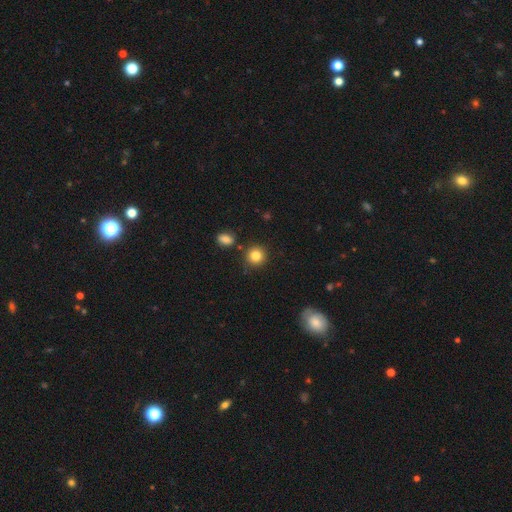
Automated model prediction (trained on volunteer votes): Smooth or featured?
  - smooth: 83% *
  - star or artifact: 10%
  - featured or disk: 6%
How rounded?
  - round: 91% *
  - in between: 8%
  - cigar-shaped: 1%
Merging?
  - none: 85% *
  - minor disturbance: 8%
  - merger: 5%
  - major disturbance: 2%